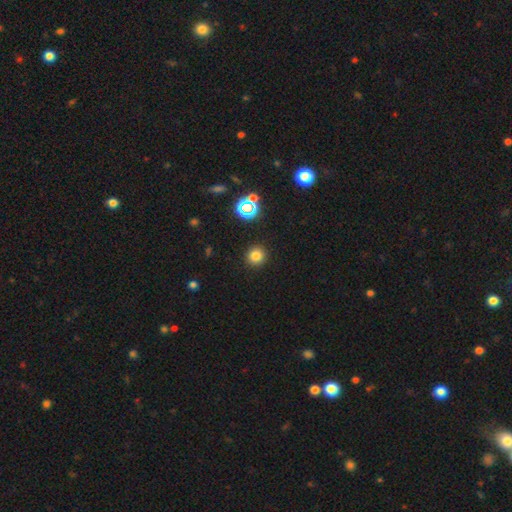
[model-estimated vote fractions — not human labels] Overall: smooth (77%). How rounded: round (94%). Merging: none (91%).